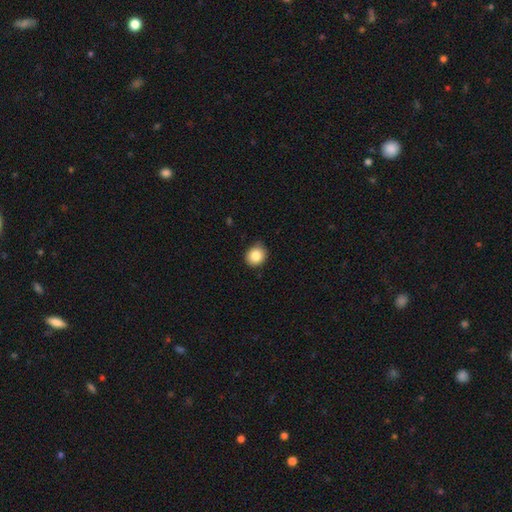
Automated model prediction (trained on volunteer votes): Smooth or featured? smooth (84%)
How rounded? round (83%)
Merging? none (84%)